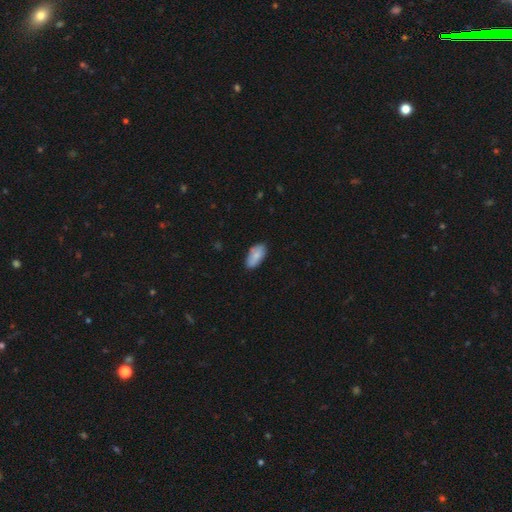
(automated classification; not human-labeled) smooth 80%, featured or disk 14%, star or artifact 6%. Down the decision tree: how rounded — in between (93%); merging — none (80%).